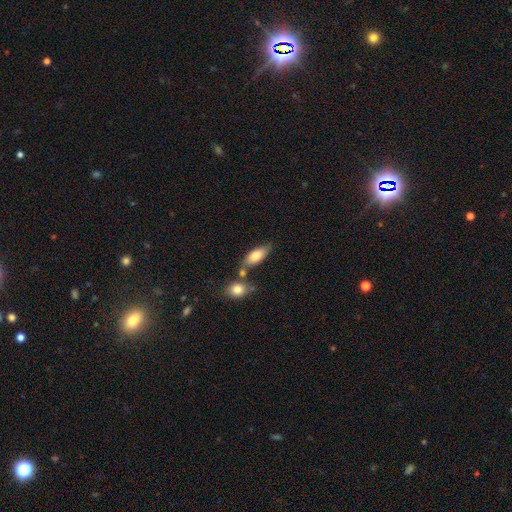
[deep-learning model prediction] This is likely a smooth galaxy (76%). How rounded: clearly in between (83%). Merging: possibly none (54%).